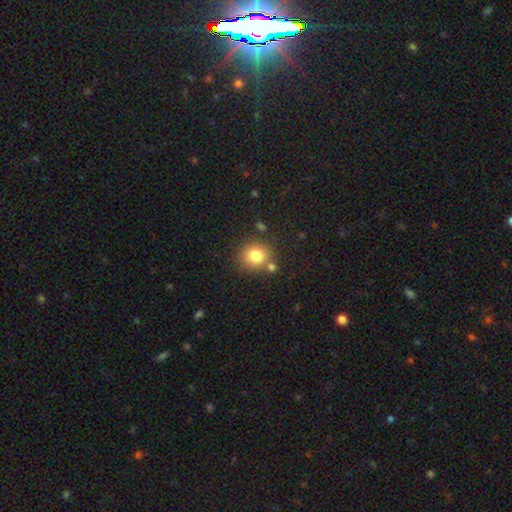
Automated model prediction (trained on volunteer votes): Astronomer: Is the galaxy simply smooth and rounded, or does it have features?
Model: smooth — 81%.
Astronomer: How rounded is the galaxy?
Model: round — 85%.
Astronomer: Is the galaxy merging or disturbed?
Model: none — 73%.